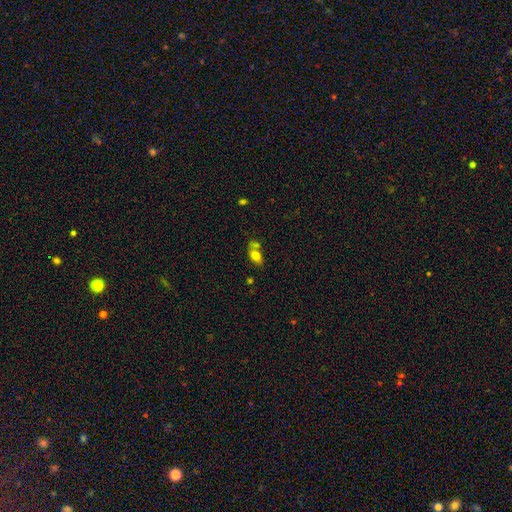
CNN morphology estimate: Smooth or featured: smooth — 73% (featured or disk — 18%)
How rounded: in between — 86% (round — 10%)
Merging: none — 47% (merger — 28%)